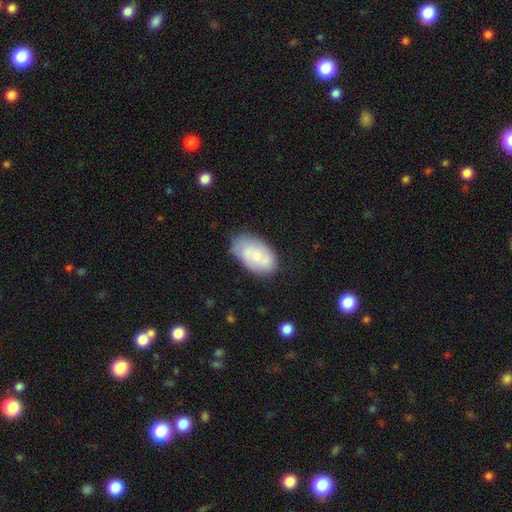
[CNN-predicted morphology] Smooth or featured? Predicted: smooth (p=0.55). How rounded? Predicted: in between (p=0.92). Merging? Predicted: none (p=0.69).